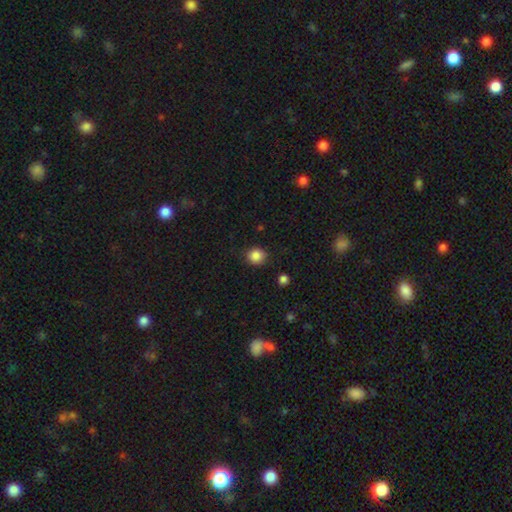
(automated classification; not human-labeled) Overall: smooth (86%). How rounded: round (84%). Merging: none (86%).